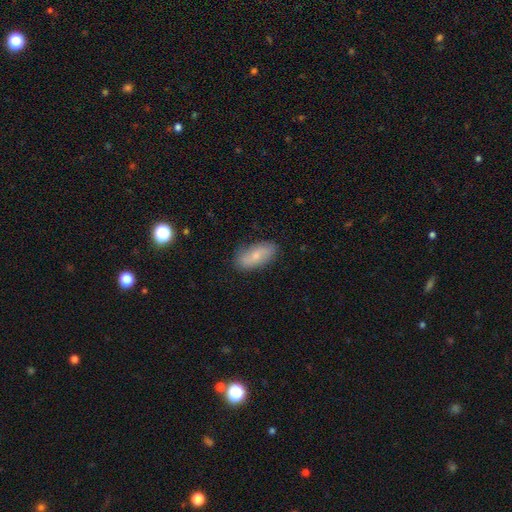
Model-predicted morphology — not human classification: Overall: smooth (60%; featured or disk 33%). How rounded: in between (88%). Merging: none (81%).